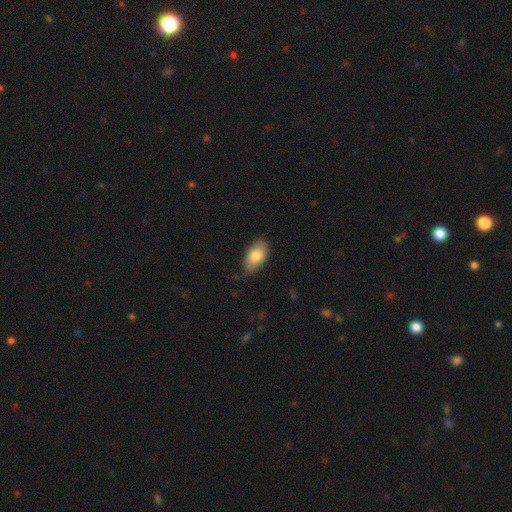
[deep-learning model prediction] smooth_or_featured: smooth (p=0.80) [alt: featured or disk p=0.14]
how_rounded: in between (p=0.93) [alt: round p=0.04]
merging: none (p=0.80) [alt: minor disturbance p=0.16]